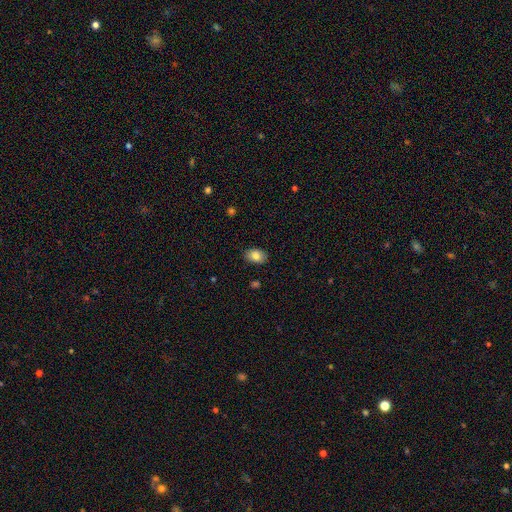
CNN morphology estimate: The model was most divided on "how rounded": in between: 84%, round: 15%, cigar-shaped: 1%. More confident: merging — none (87%); smooth or featured — smooth (82%).